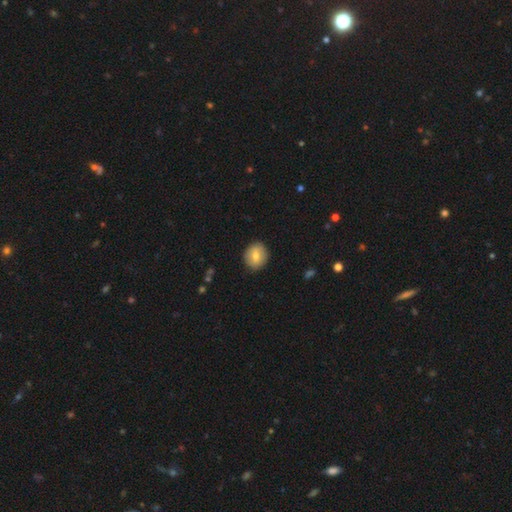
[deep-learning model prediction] smooth-or-featured: smooth: 71% | featured or disk: 22% | star or artifact: 8%
  how-rounded: round: 79% | in between: 20% | cigar-shaped: 1%
  merging: none: 87% | minor disturbance: 9% | major disturbance: 2% | merger: 1%